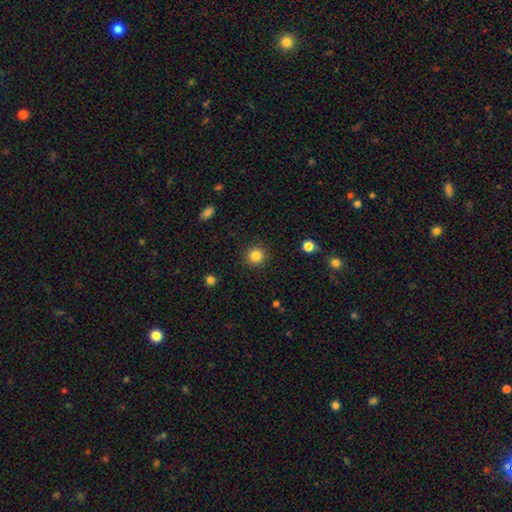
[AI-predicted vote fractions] smooth-or-featured: smooth: 84% | star or artifact: 11% | featured or disk: 5%
  how-rounded: round: 93% | in between: 6% | cigar-shaped: 1%
  merging: none: 91% | minor disturbance: 6% | major disturbance: 2% | merger: 1%